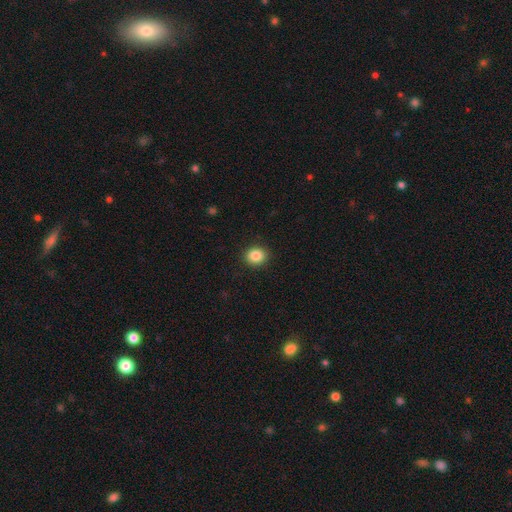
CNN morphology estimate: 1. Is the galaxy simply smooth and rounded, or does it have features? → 87% smooth, 9% star or artifact, 4% featured or disk.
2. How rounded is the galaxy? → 73% round, 26% in between, 1% cigar-shaped.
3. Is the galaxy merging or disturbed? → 91% none, 6% minor disturbance, 2% major disturbance, 1% merger.